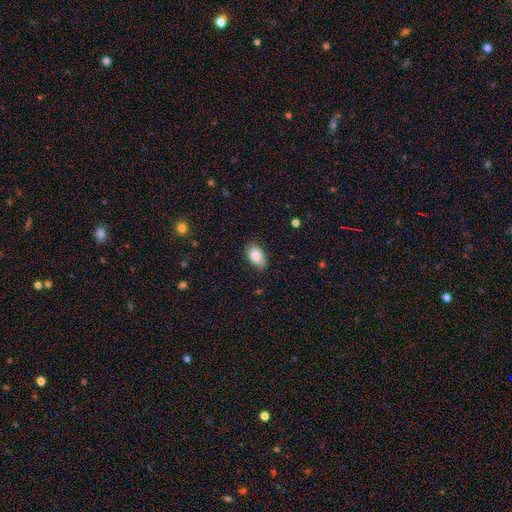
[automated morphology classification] Q: Smooth or featured?
A: smooth (87%); runner-up: star or artifact (7%)
Q: How rounded?
A: in between (92%); runner-up: round (6%)
Q: Merging?
A: none (79%); runner-up: minor disturbance (16%)